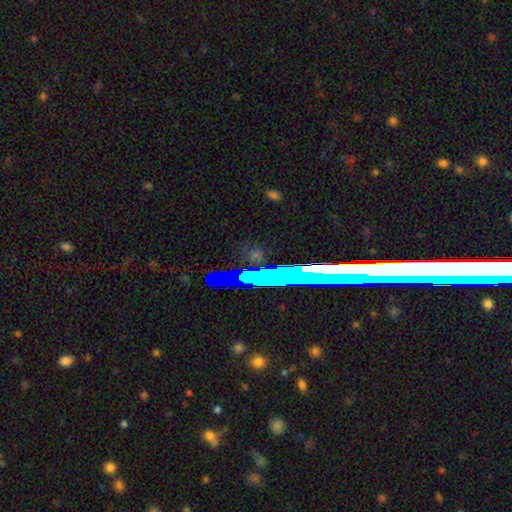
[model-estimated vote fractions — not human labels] This appears to be a star or artifact, not a galaxy (50%).